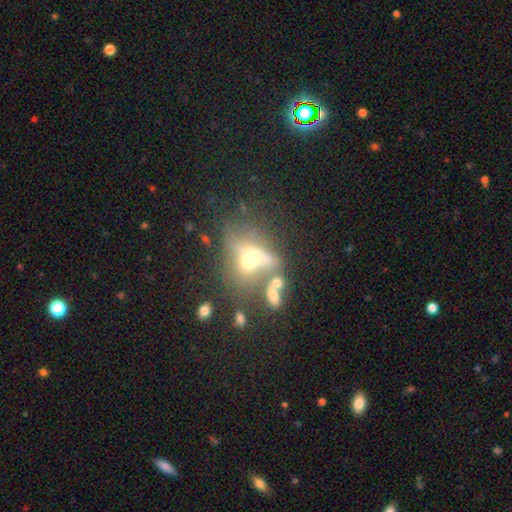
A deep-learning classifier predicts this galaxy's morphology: type=smooth (48%); merging=merger (55%).